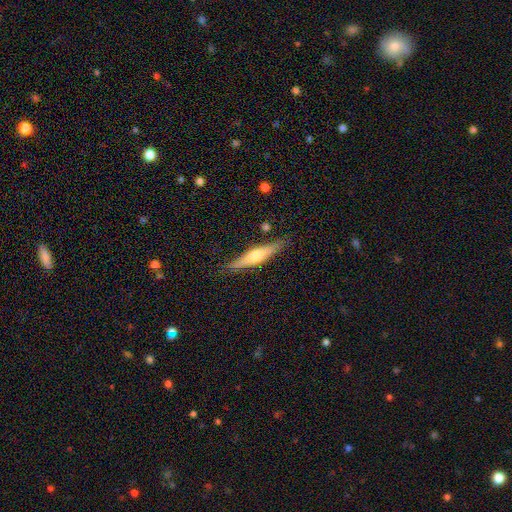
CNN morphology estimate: This is possibly a featured or disk galaxy (59%). It is clearly viewed edge-on (95%). Edge-on bulge: clearly rounded (82%). Merging: clearly none (84%).